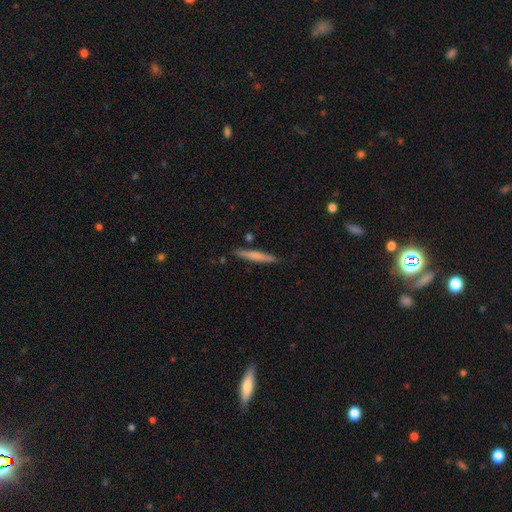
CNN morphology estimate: Q: Smooth or featured?
A: smooth (67%); runner-up: featured or disk (28%)
Q: How rounded?
A: cigar-shaped (94%); runner-up: in between (5%)
Q: Merging?
A: none (85%); runner-up: minor disturbance (10%)